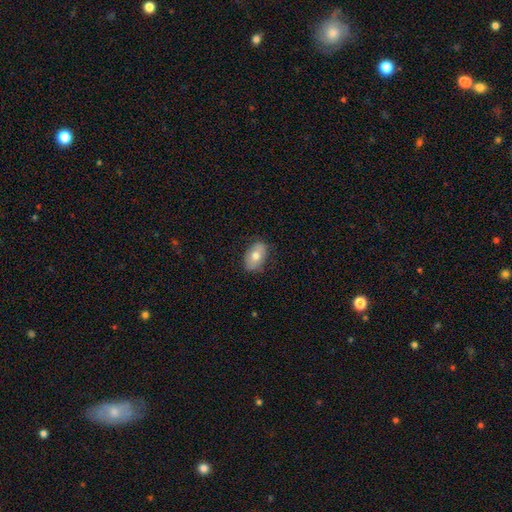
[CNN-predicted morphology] smooth_or_featured: smooth (p=0.72) [alt: featured or disk p=0.20]
how_rounded: in between (p=0.89) [alt: round p=0.10]
merging: none (p=0.81) [alt: minor disturbance p=0.15]